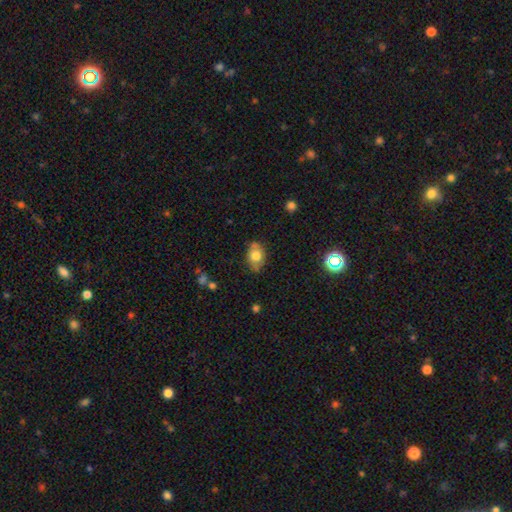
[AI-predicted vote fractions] smooth 67%, featured or disk 24%, star or artifact 9%. Down the decision tree: how rounded — in between (76%); merging — none (72%).